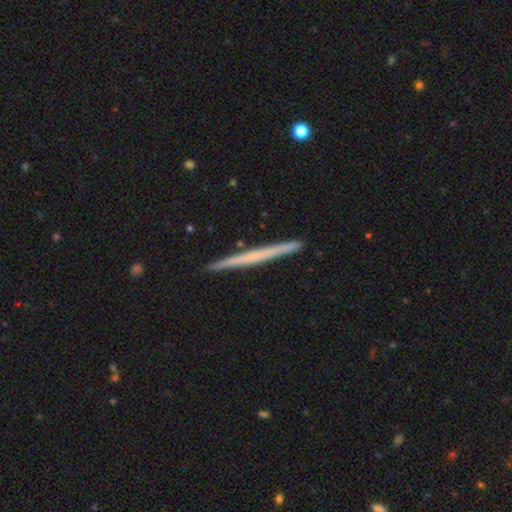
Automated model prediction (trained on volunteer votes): A featured or disk galaxy (54%) viewed edge-on (98%) with no central bulge (87%). Merging: none (92%).